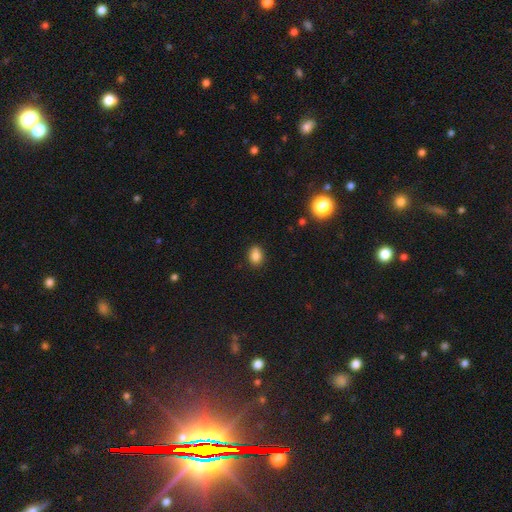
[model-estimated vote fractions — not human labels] smooth-or-featured: smooth: 83% | star or artifact: 11% | featured or disk: 6%
  how-rounded: in between: 63% | round: 35% | cigar-shaped: 1%
  merging: none: 85% | minor disturbance: 11% | major disturbance: 2% | merger: 1%